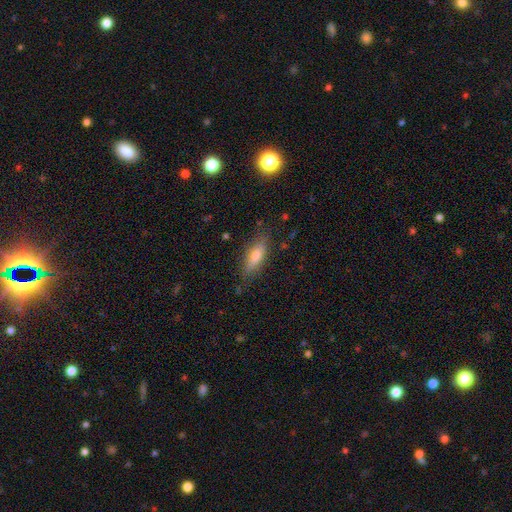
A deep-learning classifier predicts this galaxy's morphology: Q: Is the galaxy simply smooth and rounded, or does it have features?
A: smooth — 61%.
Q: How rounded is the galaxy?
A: in between — 50%.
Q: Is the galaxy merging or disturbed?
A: none — 80%.